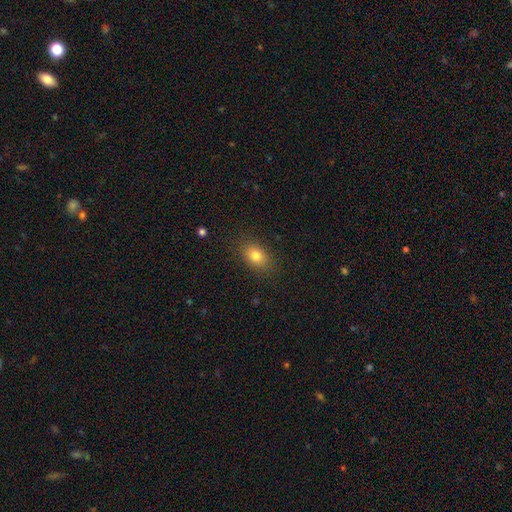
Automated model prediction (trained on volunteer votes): Q: Smooth or featured?
A: smooth (81%); runner-up: star or artifact (10%)
Q: How rounded?
A: in between (78%); runner-up: round (20%)
Q: Merging?
A: none (86%); runner-up: minor disturbance (10%)